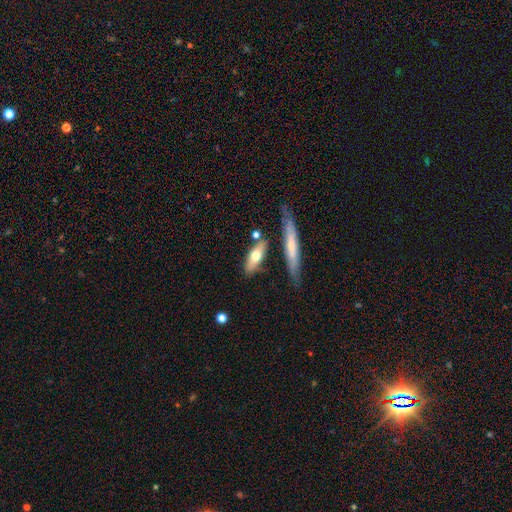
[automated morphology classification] Smooth or featured?
  - smooth: 59% *
  - featured or disk: 35%
  - star or artifact: 6%
How rounded?
  - in between: 50% *
  - cigar-shaped: 47%
  - round: 3%
Merging?
  - none: 69% *
  - minor disturbance: 16%
  - merger: 10%
  - major disturbance: 5%